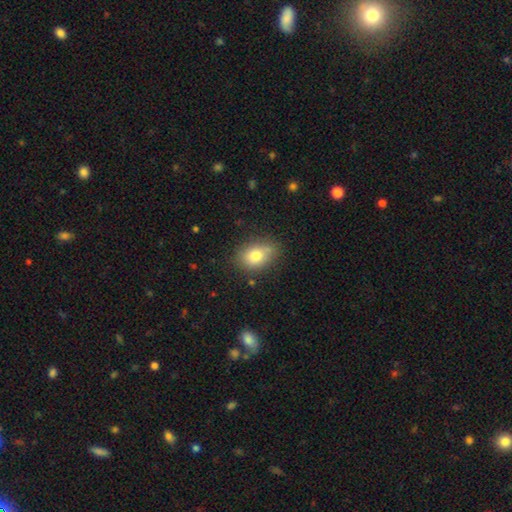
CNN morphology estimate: Smooth or featured: smooth — 78% (featured or disk — 13%)
How rounded: in between — 75% (round — 24%)
Merging: none — 72% (minor disturbance — 20%)